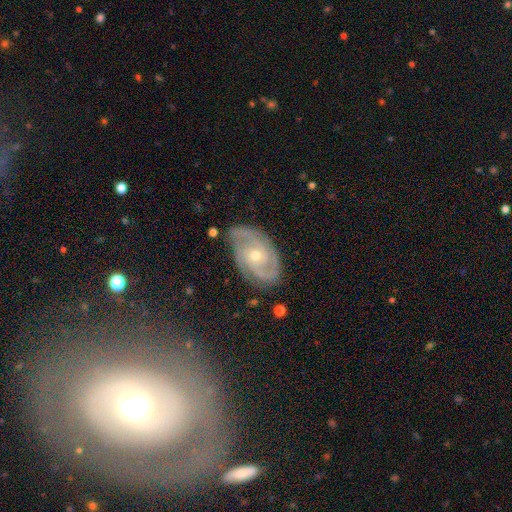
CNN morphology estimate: The model was most divided on "bulge size": small: 57%, moderate: 40%, large: 1%, none: 1%, dominant: 1%. More confident: spiral arms — yes (97%); edge-on disk — no (97%); smooth or featured — featured or disk (89%); merging — none (76%); bar — no (71%); spiral winding — tight (63%); spiral arm count — 2 (55%).